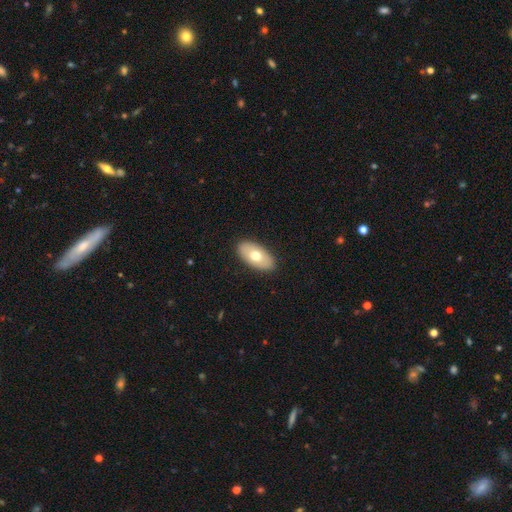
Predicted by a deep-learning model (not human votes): Smooth or featured: smooth — 67% (featured or disk — 27%)
How rounded: in between — 94% (round — 3%)
Merging: none — 89% (minor disturbance — 8%)